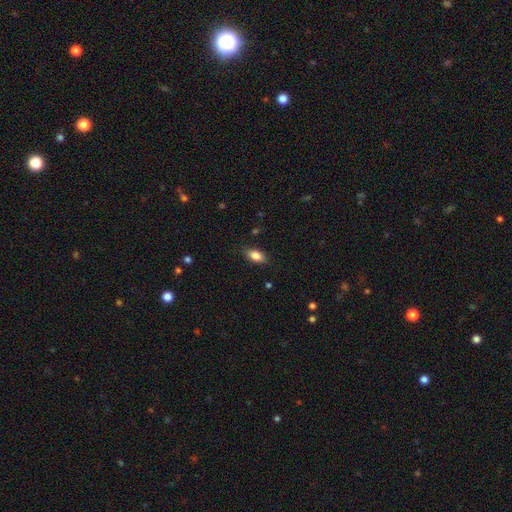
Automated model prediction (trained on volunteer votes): smooth 85%, star or artifact 8%, featured or disk 7%. Down the decision tree: how rounded — in between (89%); merging — none (85%).